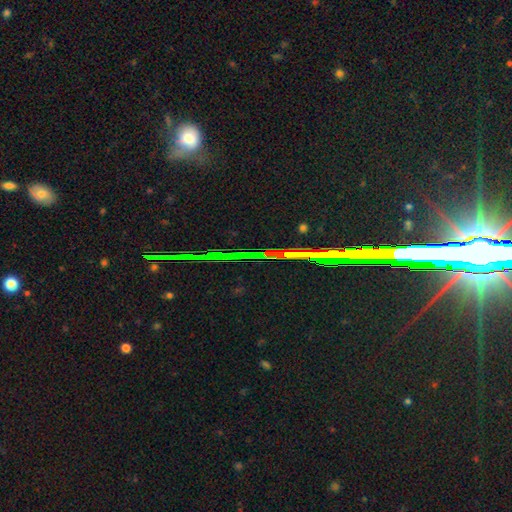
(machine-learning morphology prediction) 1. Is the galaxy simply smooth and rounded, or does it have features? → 80% star or artifact, 12% featured or disk, 8% smooth.